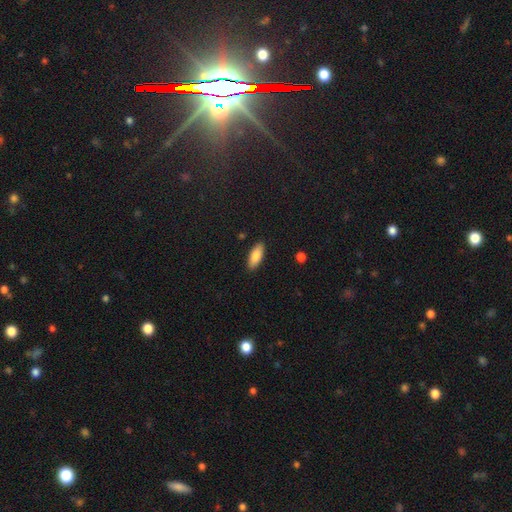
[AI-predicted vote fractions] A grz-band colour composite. It shows a smooth galaxy with no disk features (84%) that is in between round and cigar-shaped (77%). Merging: none (89%).